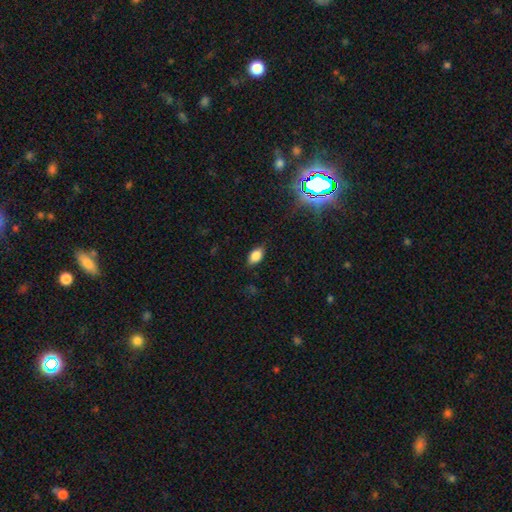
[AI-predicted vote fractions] smooth-or-featured: smooth: 82% | star or artifact: 10% | featured or disk: 8%
  how-rounded: in between: 89% | round: 7% | cigar-shaped: 3%
  merging: none: 79% | minor disturbance: 16% | major disturbance: 4% | merger: 1%